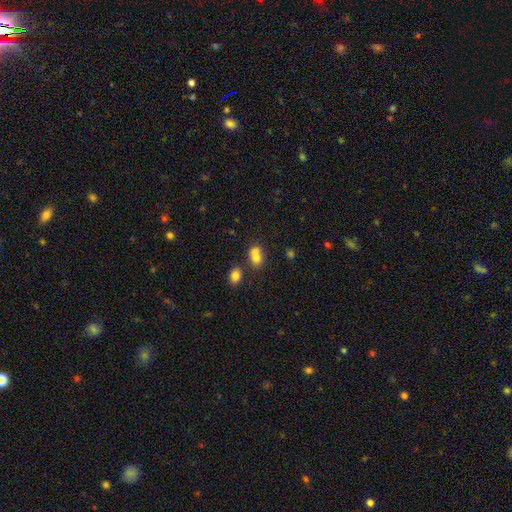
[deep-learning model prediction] Smooth or featured? smooth (73%)
How rounded? round (51%)
Merging? merger (60%)